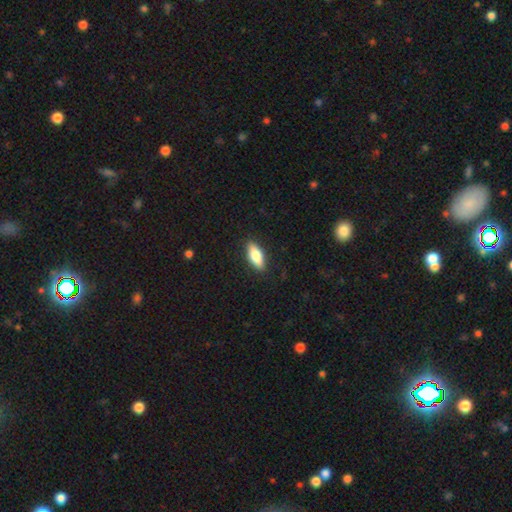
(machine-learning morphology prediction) smooth-or-featured: smooth: 73% | featured or disk: 21% | star or artifact: 6%
  how-rounded: in between: 72% | cigar-shaped: 25% | round: 3%
  merging: none: 88% | minor disturbance: 9% | major disturbance: 2% | merger: 1%